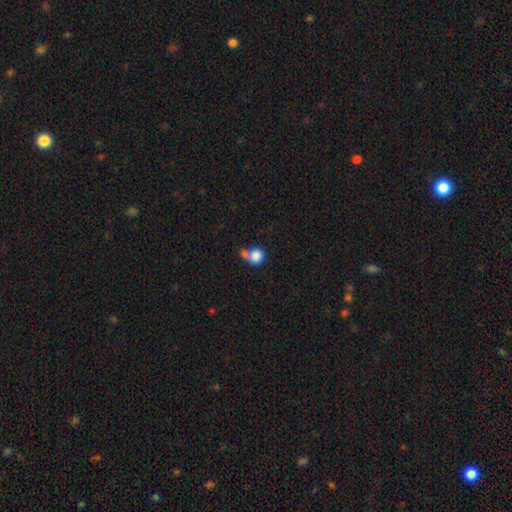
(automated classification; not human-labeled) smooth_or_featured: smooth (p=0.83) [alt: star or artifact p=0.09]
how_rounded: round (p=0.84) [alt: in between p=0.15]
merging: merger (p=0.46) [alt: none p=0.37]